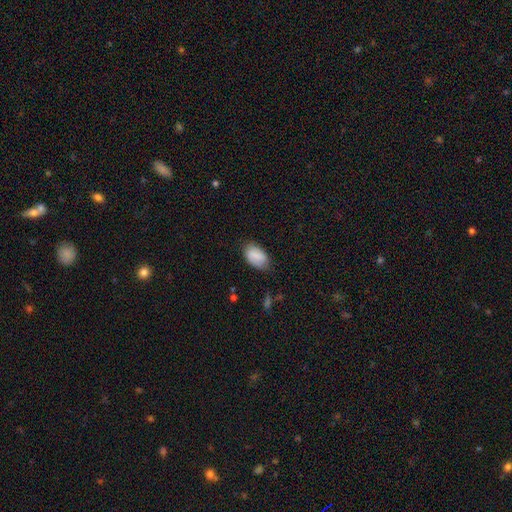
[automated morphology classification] A smooth galaxy with no disk features (85%) that is in between round and cigar-shaped (92%). Merging: none (70%).